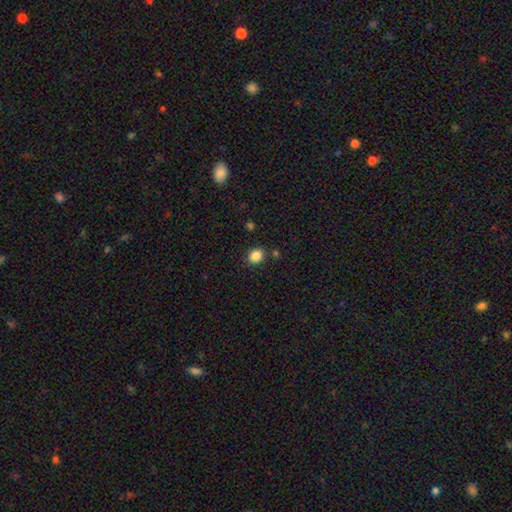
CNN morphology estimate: type=smooth (86%); roundness=round (64%); merging=none (83%).